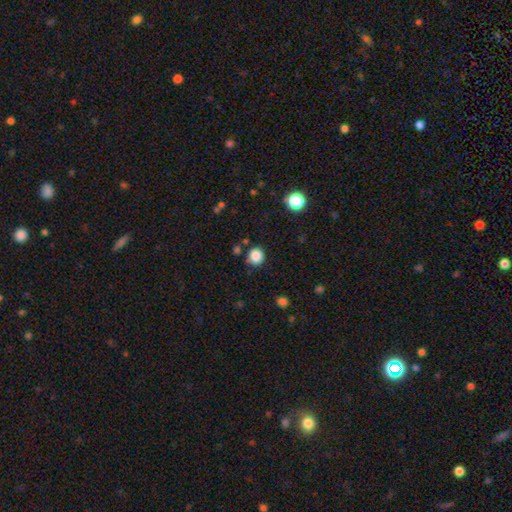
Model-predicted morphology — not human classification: This is clearly a smooth galaxy (85%). How rounded: clearly round (90%). Merging: clearly none (81%).